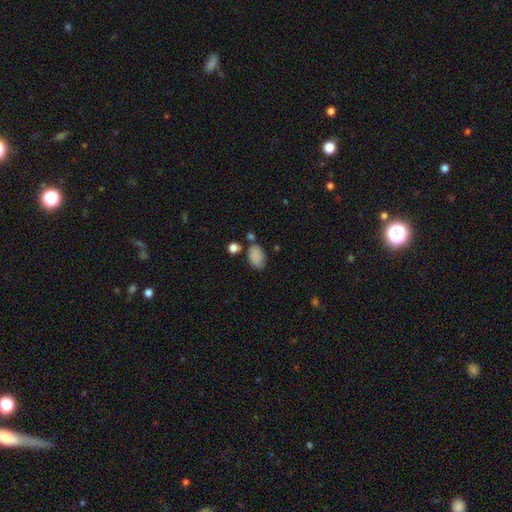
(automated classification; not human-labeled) Smooth or featured: smooth — 85% (star or artifact — 9%)
How rounded: in between — 90% (round — 9%)
Merging: none — 66% (minor disturbance — 18%)